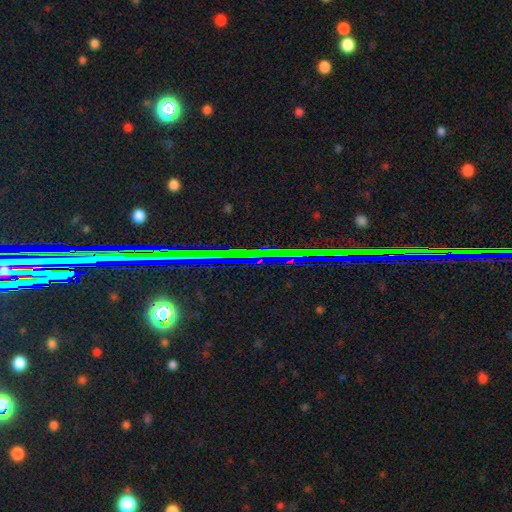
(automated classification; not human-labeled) Morphology: type=star or artifact (78%).